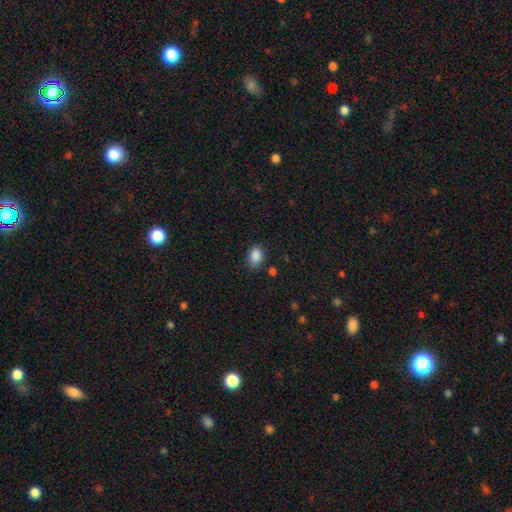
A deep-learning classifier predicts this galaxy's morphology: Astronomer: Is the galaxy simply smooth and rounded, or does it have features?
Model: smooth — 87%.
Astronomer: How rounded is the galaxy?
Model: in between — 68%.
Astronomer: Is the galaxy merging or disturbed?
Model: none — 80%.